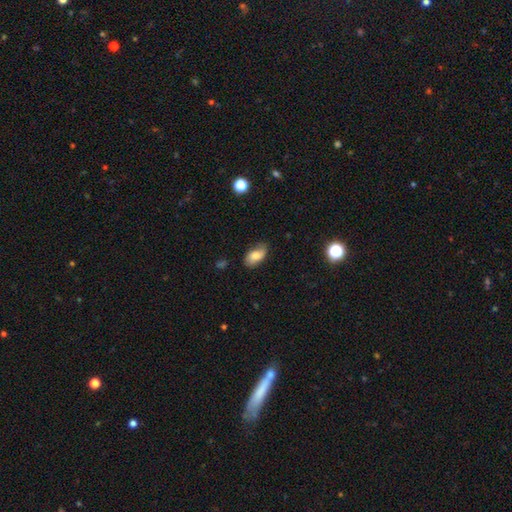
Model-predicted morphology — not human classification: Smooth or featured? smooth (76%)
How rounded? in between (93%)
Merging? none (69%)